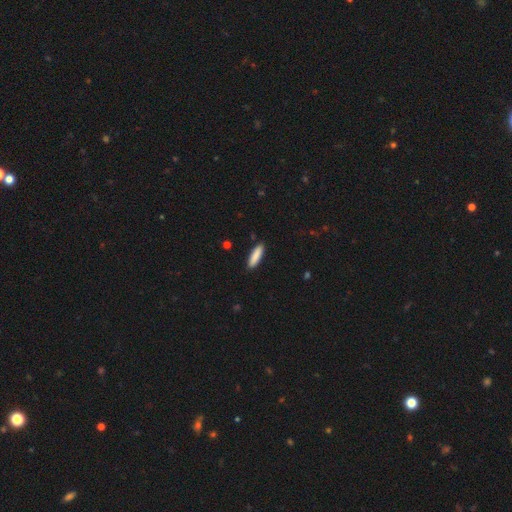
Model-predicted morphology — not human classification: type=smooth (87%); roundness=cigar-shaped (70%); merging=none (90%).